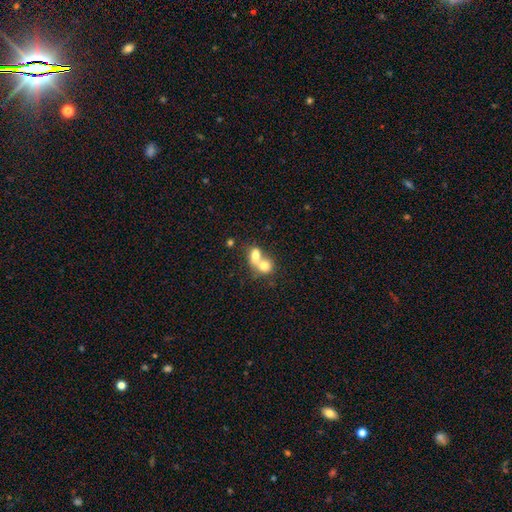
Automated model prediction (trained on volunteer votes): Overall: smooth (72%). How rounded: round (51%; in between 48%). Merging: merger (75%).